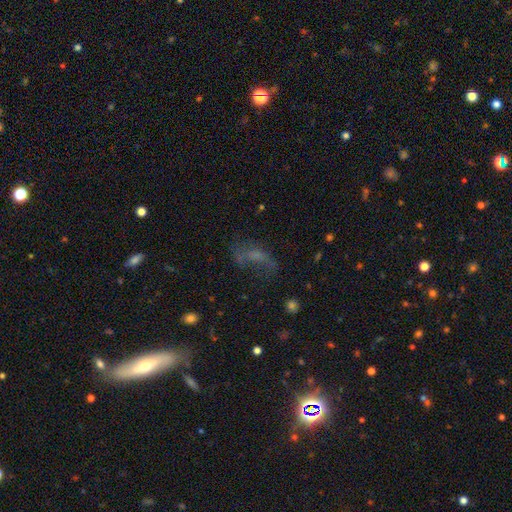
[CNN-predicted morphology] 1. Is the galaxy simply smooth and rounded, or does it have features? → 40% featured or disk, 38% smooth, 22% star or artifact.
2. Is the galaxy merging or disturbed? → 40% none, 35% major disturbance, 21% minor disturbance, 4% merger.